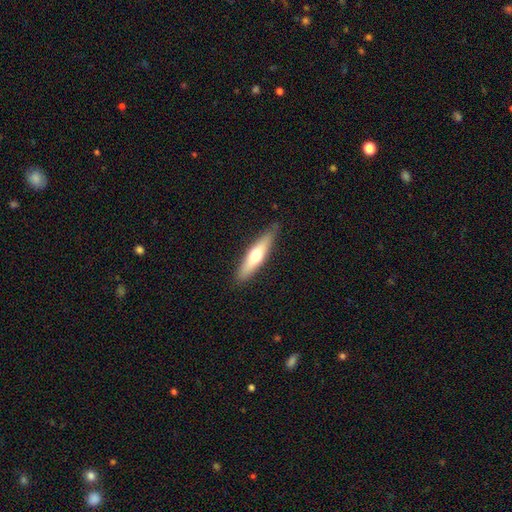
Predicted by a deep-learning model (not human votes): A smooth galaxy with no disk features (54%) that is cigar-shaped (78%). Merging: none (84%).